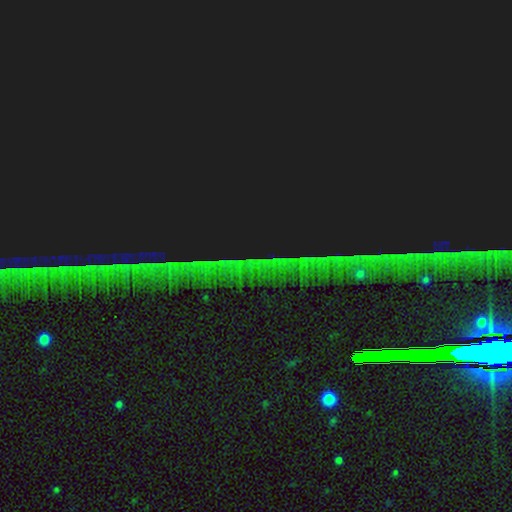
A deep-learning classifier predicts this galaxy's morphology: Smooth or featured?
  - star or artifact: 85% *
  - smooth: 7%
  - featured or disk: 7%